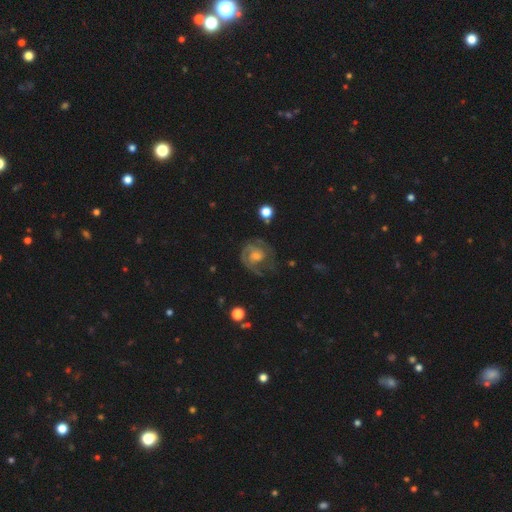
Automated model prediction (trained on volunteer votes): Smooth or featured?
  - featured or disk: 76% *
  - smooth: 15%
  - star or artifact: 9%
Edge-on disk?
  - no: 97% *
  - yes: 3%
Bar?
  - no: 65% *
  - weak: 29%
  - strong: 5%
Spiral arms?
  - yes: 90% *
  - no: 10%
Spiral winding?
  - tight: 53% *
  - medium: 36%
  - loose: 10%
Spiral arm count?
  - 2: 41% *
  - can't tell: 27%
  - 3: 16%
  - 1: 9%
  - 4: 4%
  - more than 4: 3%
Bulge size?
  - moderate: 50% *
  - small: 33%
  - large: 8%
  - none: 7%
  - dominant: 1%
Merging?
  - none: 64% *
  - minor disturbance: 19%
  - major disturbance: 15%
  - merger: 2%